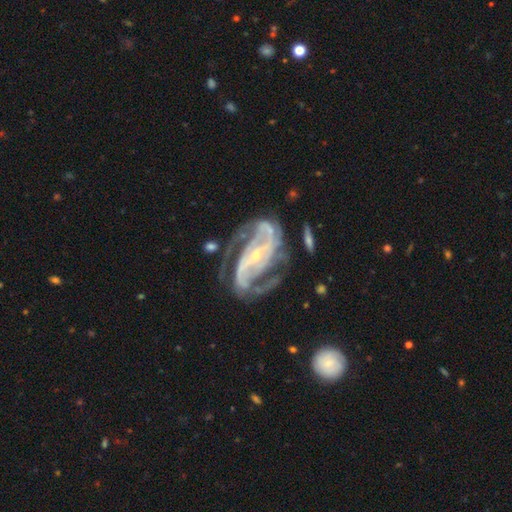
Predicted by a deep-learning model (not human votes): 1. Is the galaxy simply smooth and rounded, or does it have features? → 92% featured or disk, 5% star or artifact, 3% smooth.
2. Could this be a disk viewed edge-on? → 96% no, 4% yes.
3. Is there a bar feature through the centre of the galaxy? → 56% strong, 26% weak, 18% no.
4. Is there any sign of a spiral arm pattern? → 98% yes, 2% no.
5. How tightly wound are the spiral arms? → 48% medium, 37% tight, 15% loose.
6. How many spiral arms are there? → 68% 2, 13% 3, 8% can't tell, 4% 4, 3% 1, 3% more than 4.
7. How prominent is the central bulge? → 75% small, 21% moderate, 1% large, 1% none, 1% dominant.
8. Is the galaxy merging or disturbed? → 57% none, 21% minor disturbance, 17% major disturbance, 5% merger.